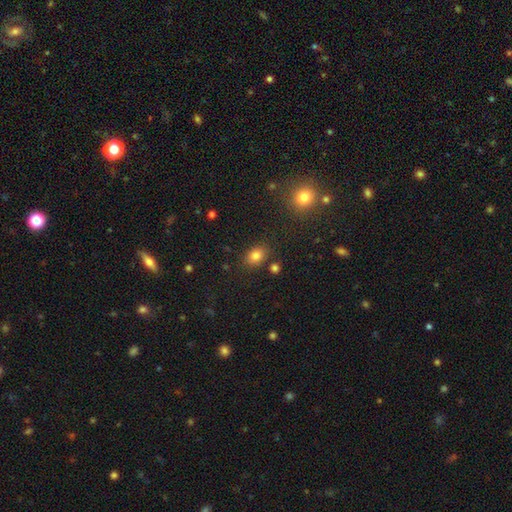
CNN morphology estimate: Smooth or featured: smooth — 81% (star or artifact — 13%)
How rounded: in between — 68% (round — 30%)
Merging: none — 80% (minor disturbance — 11%)